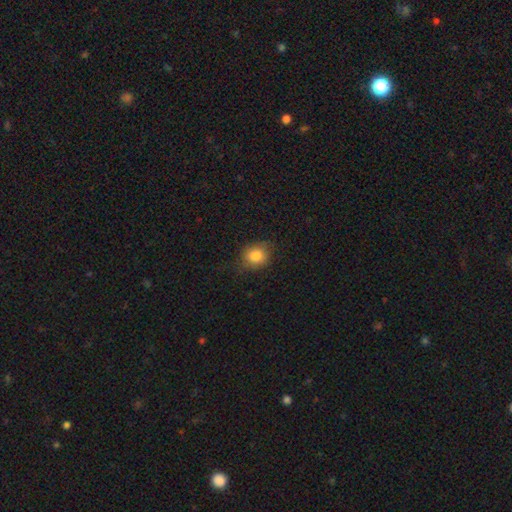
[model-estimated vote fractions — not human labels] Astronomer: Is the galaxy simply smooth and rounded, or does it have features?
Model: smooth — 82%.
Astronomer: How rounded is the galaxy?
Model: round — 69%.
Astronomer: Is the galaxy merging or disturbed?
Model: none — 71%.